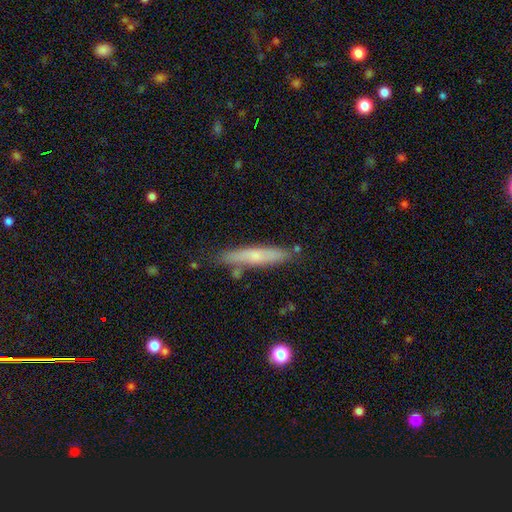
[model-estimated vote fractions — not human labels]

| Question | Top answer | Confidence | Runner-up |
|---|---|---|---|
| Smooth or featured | smooth | 57% | featured or disk (36%) |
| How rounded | cigar-shaped | 89% | in between (9%) |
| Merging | none | 78% | minor disturbance (15%) |